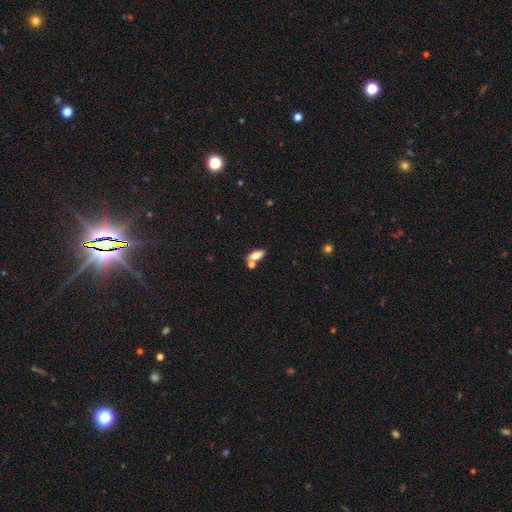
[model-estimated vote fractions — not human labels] Smooth or featured: smooth — 75% (featured or disk — 16%)
How rounded: in between — 85% (cigar-shaped — 11%)
Merging: none — 52% (merger — 32%)